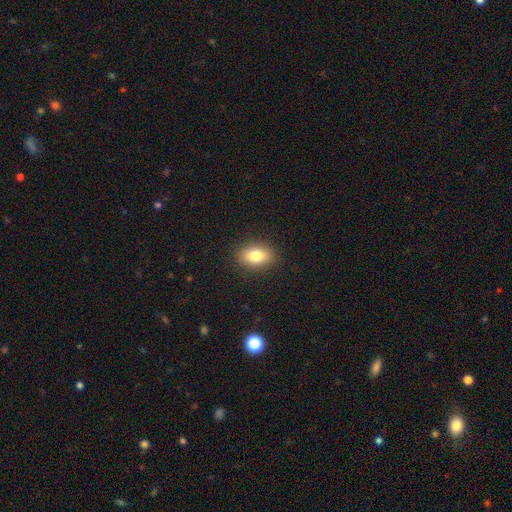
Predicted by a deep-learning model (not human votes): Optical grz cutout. It shows a smooth galaxy with no disk features (81%) that is in between round and cigar-shaped (83%). Merging: none (89%).